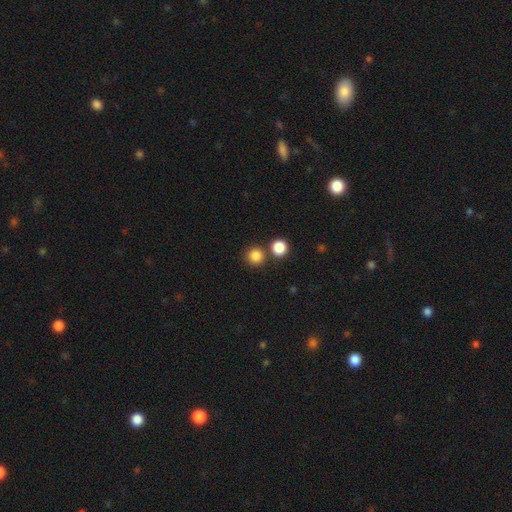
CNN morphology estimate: smooth-or-featured: smooth: 84% | star or artifact: 12% | featured or disk: 4%
  how-rounded: round: 92% | in between: 7% | cigar-shaped: 1%
  merging: none: 76% | merger: 14% | minor disturbance: 7% | major disturbance: 3%